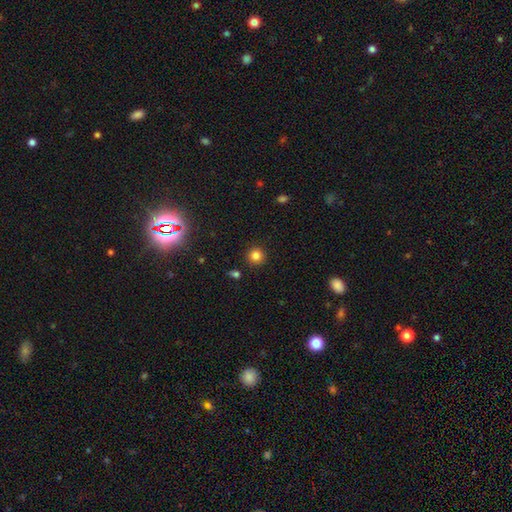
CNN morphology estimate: Smooth or featured? Predicted: smooth (p=0.82). How rounded? Predicted: round (p=0.94). Merging? Predicted: none (p=0.90).